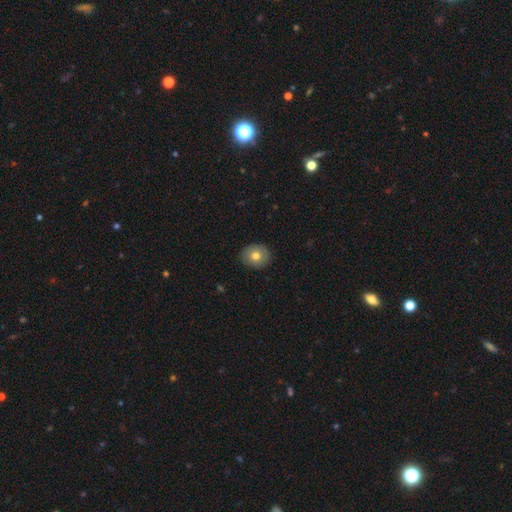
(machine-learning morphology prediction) Smooth or featured: smooth — 73% (featured or disk — 18%)
How rounded: round — 72% (in between — 27%)
Merging: none — 89% (minor disturbance — 9%)